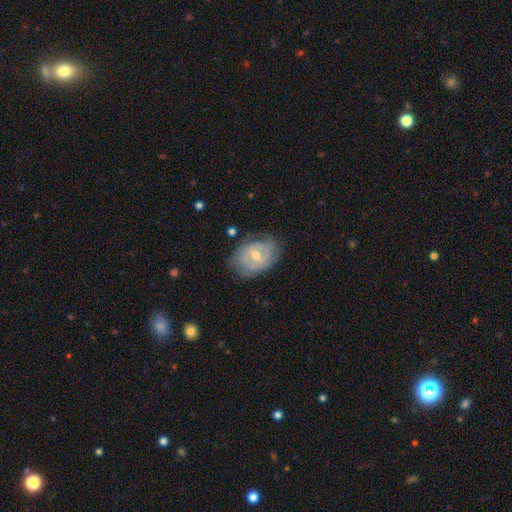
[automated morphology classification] A featured or disk galaxy (72%) with no bar (45%, tied with weak), 2 (43%) tight (56%) spiral arms (77%) and a moderate central bulge (54%). Merging: none (65%).